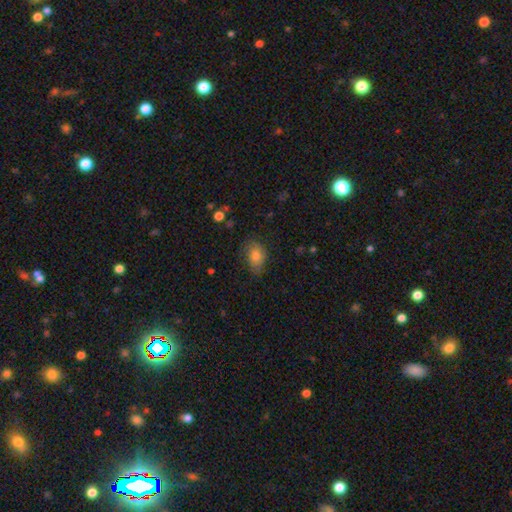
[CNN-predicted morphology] Smooth or featured: smooth — 79% (featured or disk — 11%)
How rounded: in between — 78% (round — 20%)
Merging: none — 67% (minor disturbance — 25%)